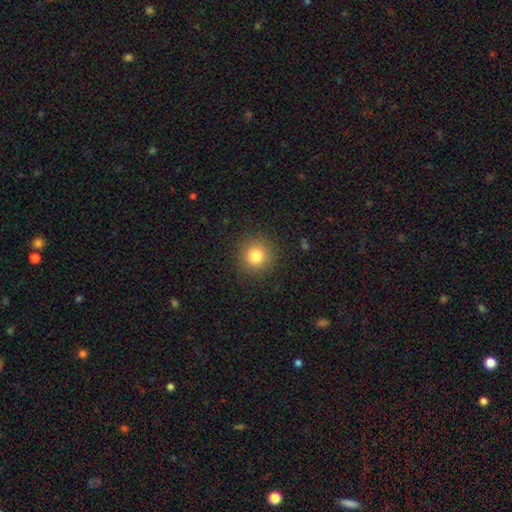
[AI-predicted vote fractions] Morphology: type=smooth (81%); roundness=round (94%); merging=none (90%).